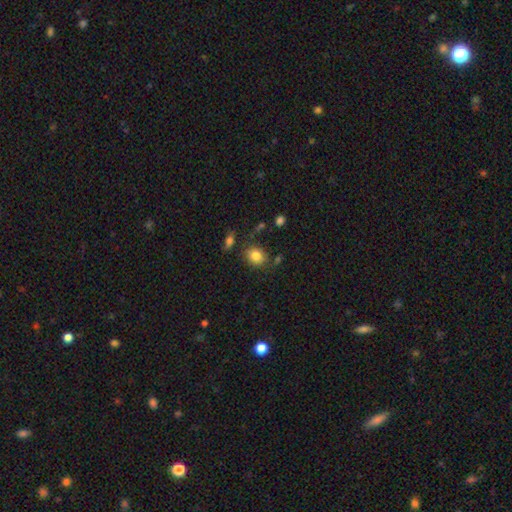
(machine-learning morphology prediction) Q: Smooth or featured?
A: smooth (83%); runner-up: star or artifact (10%)
Q: How rounded?
A: round (54%); runner-up: in between (45%)
Q: Merging?
A: none (79%); runner-up: minor disturbance (12%)